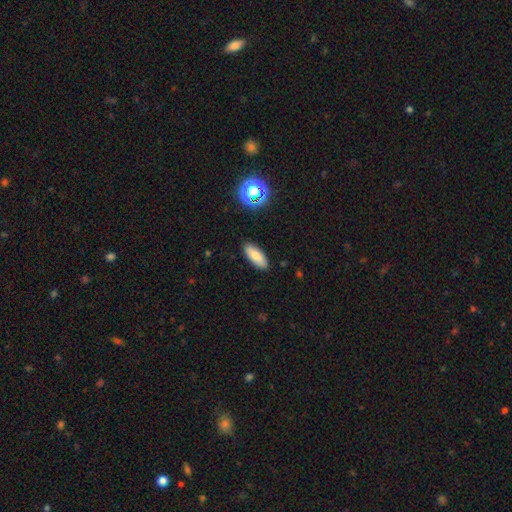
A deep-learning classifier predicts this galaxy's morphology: A smooth galaxy with no disk features (81%) that is in between round and cigar-shaped (79%). Merging: none (88%).